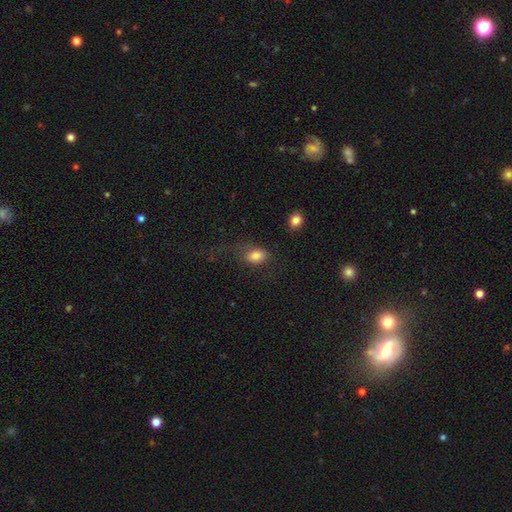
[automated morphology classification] Smooth or featured?
  - smooth: 83% *
  - star or artifact: 9%
  - featured or disk: 8%
How rounded?
  - in between: 80% *
  - round: 18%
  - cigar-shaped: 2%
Merging?
  - none: 54% *
  - major disturbance: 21%
  - minor disturbance: 21%
  - merger: 4%